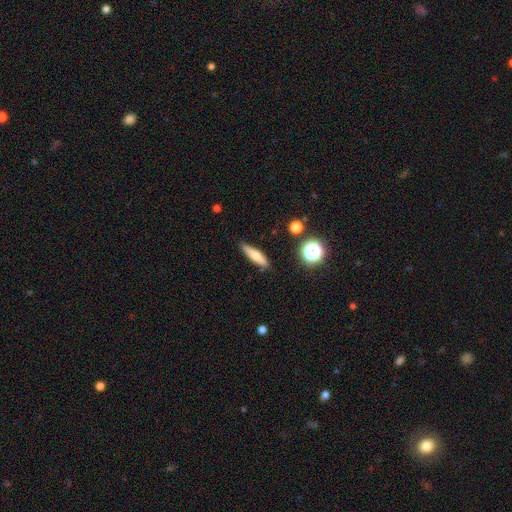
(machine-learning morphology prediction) smooth-or-featured: smooth: 63% | featured or disk: 29% | star or artifact: 9%
  how-rounded: cigar-shaped: 75% | in between: 22% | round: 3%
  merging: none: 85% | minor disturbance: 11% | major disturbance: 2% | merger: 2%